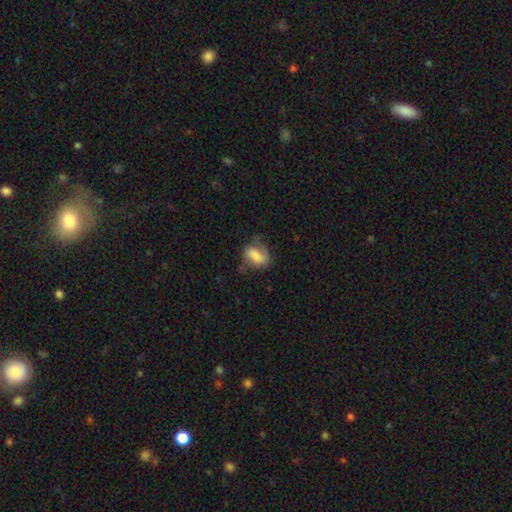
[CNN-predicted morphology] Q: Smooth or featured?
A: smooth (64%); runner-up: featured or disk (28%)
Q: How rounded?
A: in between (82%); runner-up: round (15%)
Q: Merging?
A: none (45%); runner-up: minor disturbance (32%)